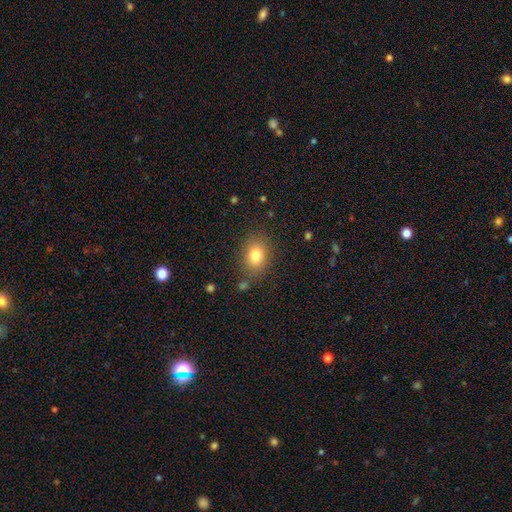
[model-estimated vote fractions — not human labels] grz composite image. It shows a smooth galaxy with no disk features (79%) that is in between round and cigar-shaped (65%). Merging: none (80%).